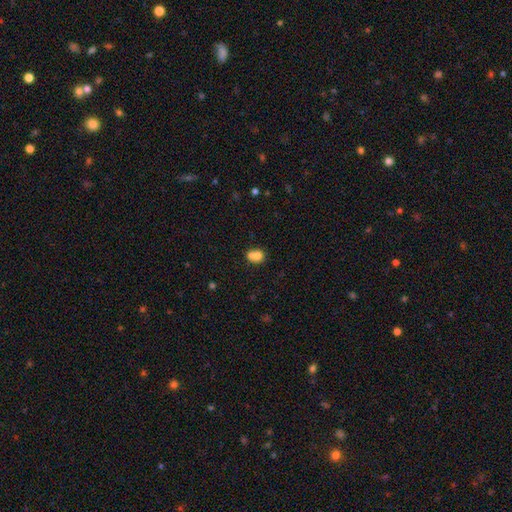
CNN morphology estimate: A smooth galaxy with no disk features (73%) that is round (67%).

Vote fractions:
- Smooth or featured? smooth: 73% / featured or disk: 17% / star or artifact: 10%
- How rounded? round: 67% / in between: 32% / cigar-shaped: 1%
- Merging? merger: 58% / none: 30% / minor disturbance: 8% / major disturbance: 3%